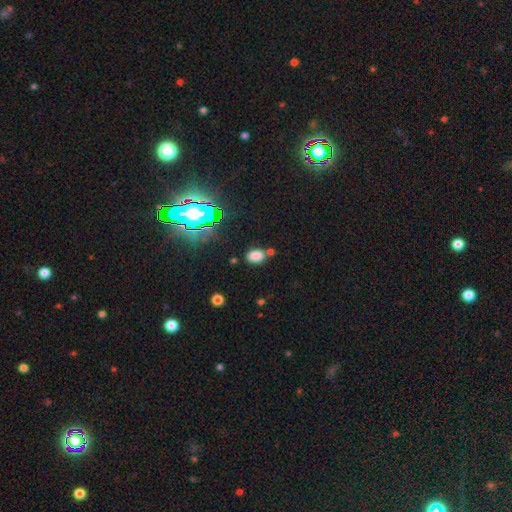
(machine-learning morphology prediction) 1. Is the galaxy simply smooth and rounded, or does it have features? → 76% smooth, 17% star or artifact, 6% featured or disk.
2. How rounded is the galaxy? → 82% in between, 17% round, 1% cigar-shaped.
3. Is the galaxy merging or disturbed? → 72% none, 13% minor disturbance, 10% merger, 4% major disturbance.